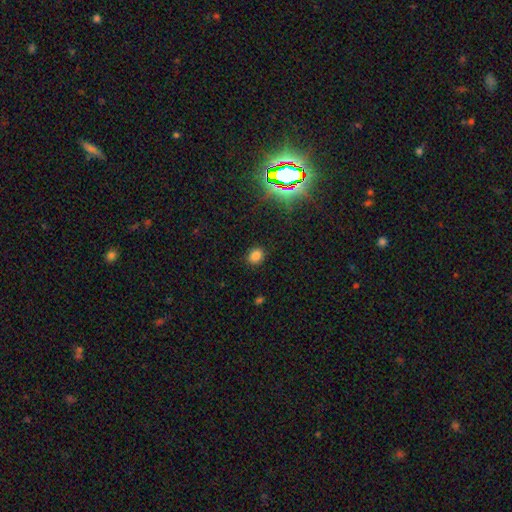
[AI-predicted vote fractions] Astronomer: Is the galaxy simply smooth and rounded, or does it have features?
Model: smooth — 79%.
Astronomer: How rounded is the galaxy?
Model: round — 66%.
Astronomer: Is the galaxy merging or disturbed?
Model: none — 88%.